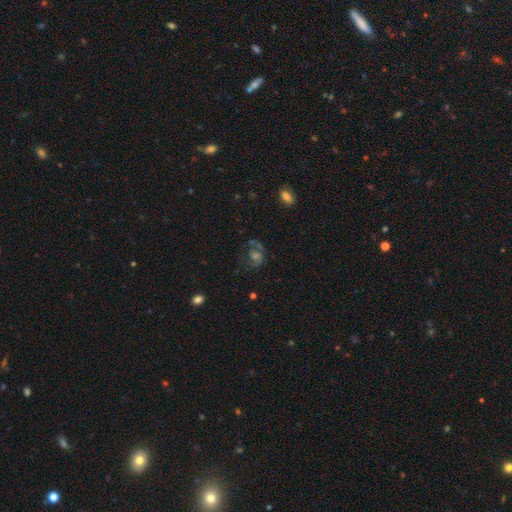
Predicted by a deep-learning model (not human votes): Smooth or featured?
  - featured or disk: 50% *
  - star or artifact: 26%
  - smooth: 24%
Edge-on disk?
  - no: 96% *
  - yes: 4%
Merging?
  - none: 52% *
  - major disturbance: 26%
  - minor disturbance: 18%
  - merger: 5%